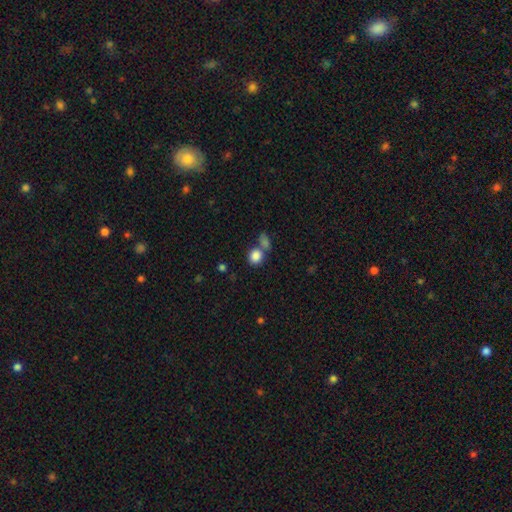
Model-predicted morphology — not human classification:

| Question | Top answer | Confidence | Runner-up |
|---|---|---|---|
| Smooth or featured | smooth | 85% | star or artifact (9%) |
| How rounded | round | 77% | in between (21%) |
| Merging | none | 51% | merger (35%) |